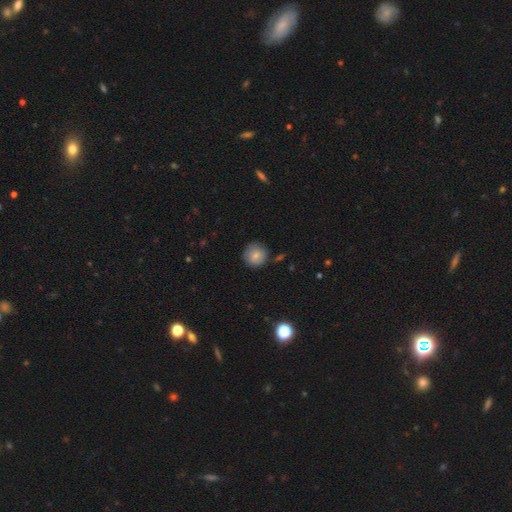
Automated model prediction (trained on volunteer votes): Smooth or featured? smooth (80%)
How rounded? round (94%)
Merging? none (84%)